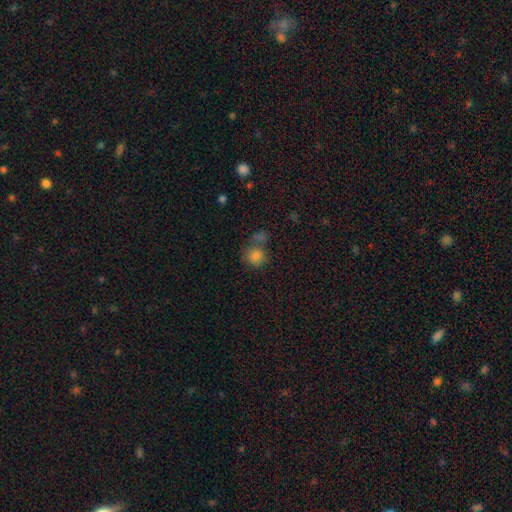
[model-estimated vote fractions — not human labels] Smooth or featured? Predicted: smooth (p=0.78). How rounded? Predicted: round (p=0.83). Merging? Predicted: none (p=0.50).